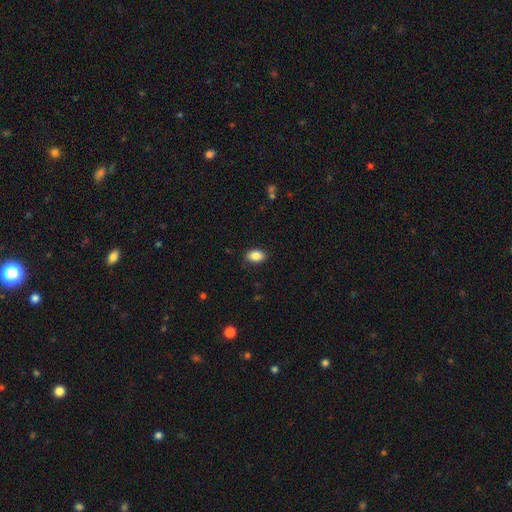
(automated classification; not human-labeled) smooth 86%, star or artifact 8%, featured or disk 6%. Down the decision tree: how rounded — in between (86%); merging — none (88%).